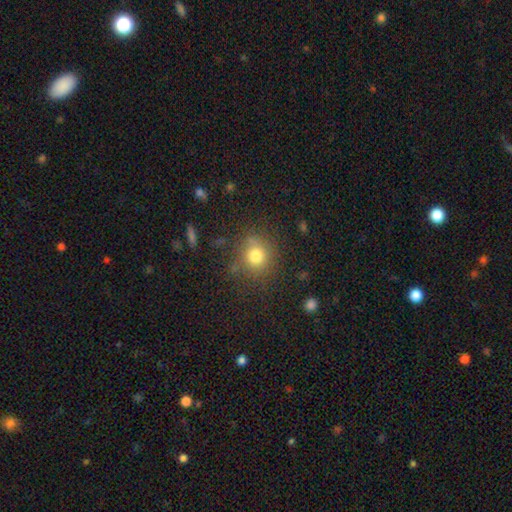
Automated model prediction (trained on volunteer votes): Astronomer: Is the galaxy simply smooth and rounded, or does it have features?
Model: smooth — 77%.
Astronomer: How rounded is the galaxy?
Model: round — 84%.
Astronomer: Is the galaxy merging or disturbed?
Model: none — 75%.